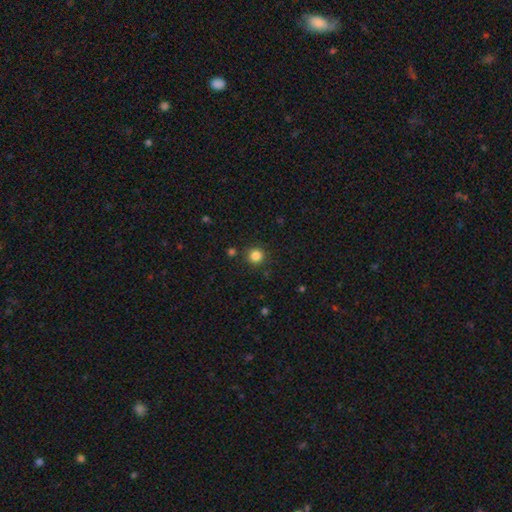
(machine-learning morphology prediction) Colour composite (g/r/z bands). It shows a smooth galaxy with no disk features (83%) that is round (94%). Merging: none (88%).